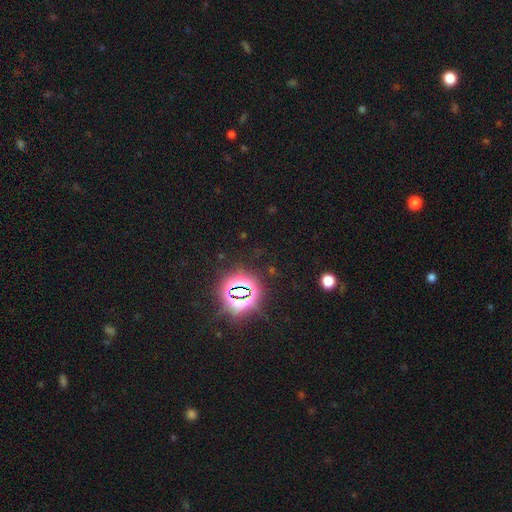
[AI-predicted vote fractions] smooth-or-featured: star or artifact: 80% | smooth: 12% | featured or disk: 7%